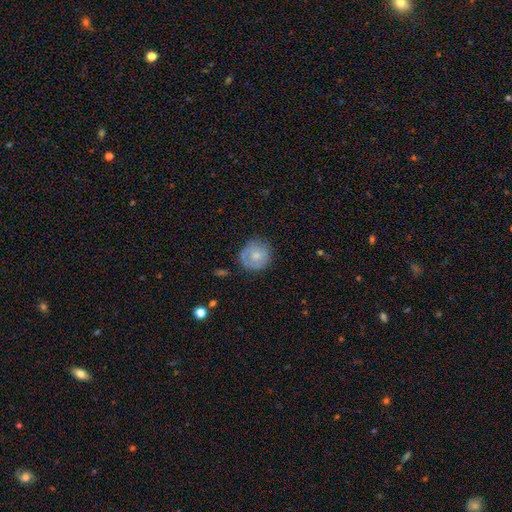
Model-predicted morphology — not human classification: Q: Smooth or featured?
A: smooth (65%); runner-up: featured or disk (28%)
Q: How rounded?
A: round (90%); runner-up: in between (9%)
Q: Merging?
A: none (74%); runner-up: minor disturbance (19%)